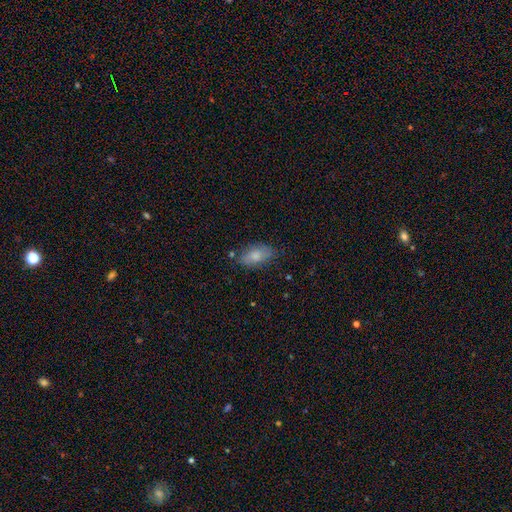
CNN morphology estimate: This appears to be a smooth galaxy with no disk features (77%) that is in between round and cigar-shaped (91%). Merging: none (73%).